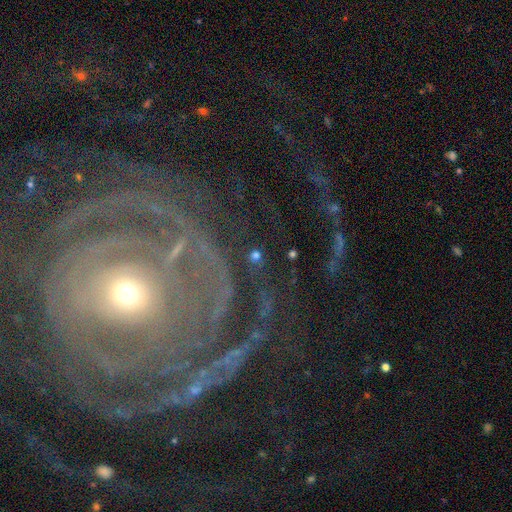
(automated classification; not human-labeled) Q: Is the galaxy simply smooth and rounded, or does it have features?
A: smooth — 61%.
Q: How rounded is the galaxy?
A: round — 91%.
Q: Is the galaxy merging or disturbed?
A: none — 80%.